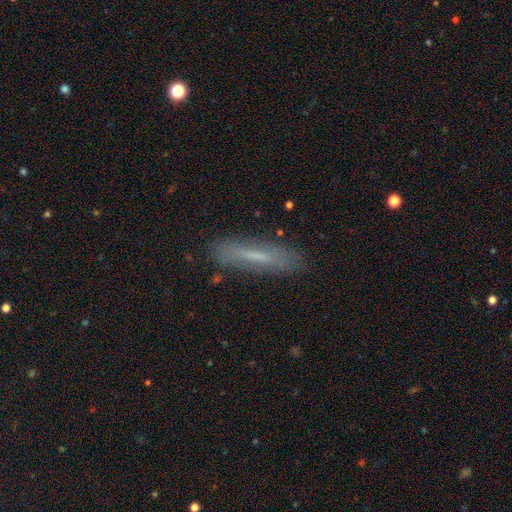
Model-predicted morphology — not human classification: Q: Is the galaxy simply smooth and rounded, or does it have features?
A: smooth — 55%.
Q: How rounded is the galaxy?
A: cigar-shaped — 85%.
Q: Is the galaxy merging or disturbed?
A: none — 82%.